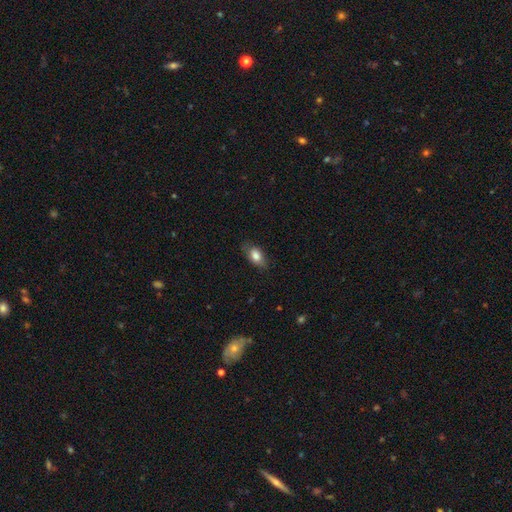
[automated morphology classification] type=smooth (81%); roundness=in between (87%); merging=none (77%).